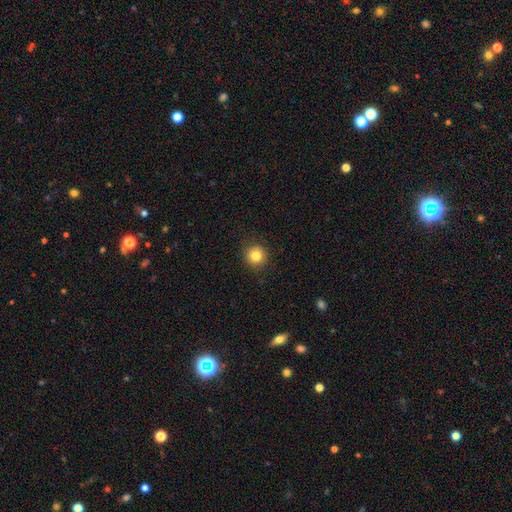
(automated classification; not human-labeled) Overall: smooth (83%). How rounded: round (94%). Merging: none (91%).